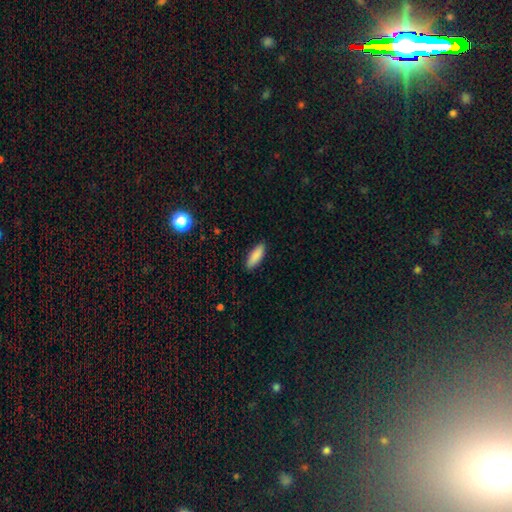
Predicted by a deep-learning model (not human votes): Q: Smooth or featured?
A: smooth (89%); runner-up: star or artifact (6%)
Q: How rounded?
A: in between (66%); runner-up: cigar-shaped (32%)
Q: Merging?
A: none (90%); runner-up: minor disturbance (8%)